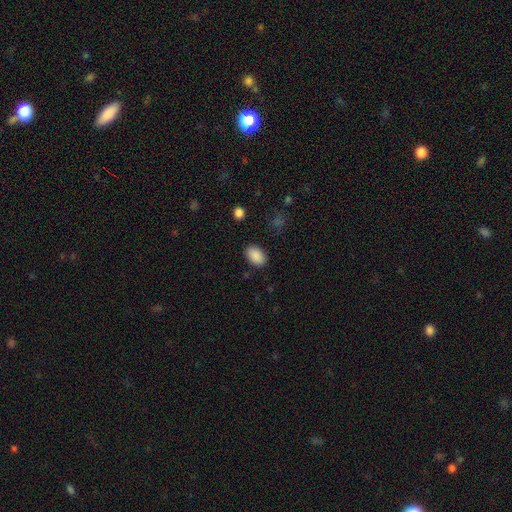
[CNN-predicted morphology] This appears to be a smooth galaxy with no disk features (89%) that is in between round and cigar-shaped (90%). Merging: none (87%).